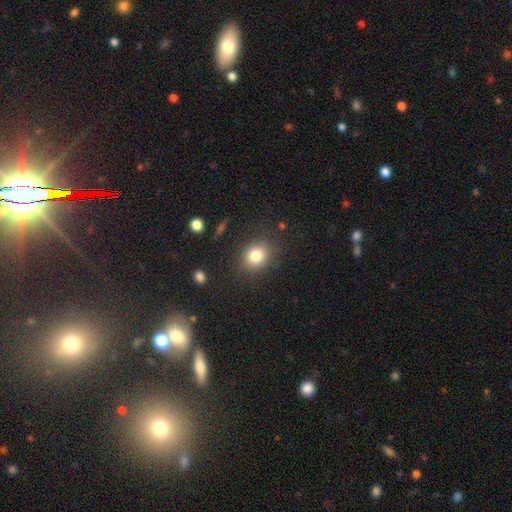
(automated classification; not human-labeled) This appears to be a smooth galaxy with no disk features (81%) that is round (63%). Merging: none (83%).